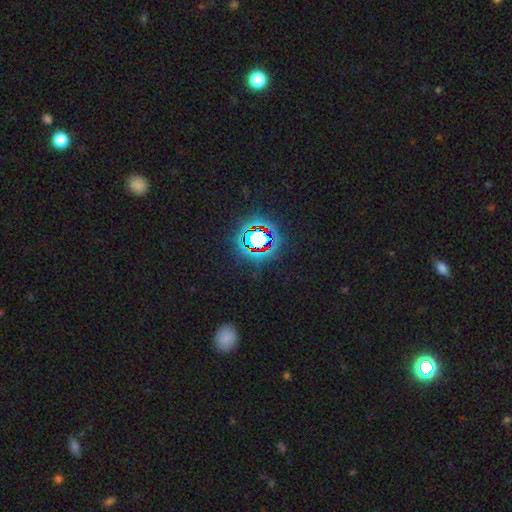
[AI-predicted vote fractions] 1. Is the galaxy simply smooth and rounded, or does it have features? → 80% star or artifact, 13% smooth, 7% featured or disk.